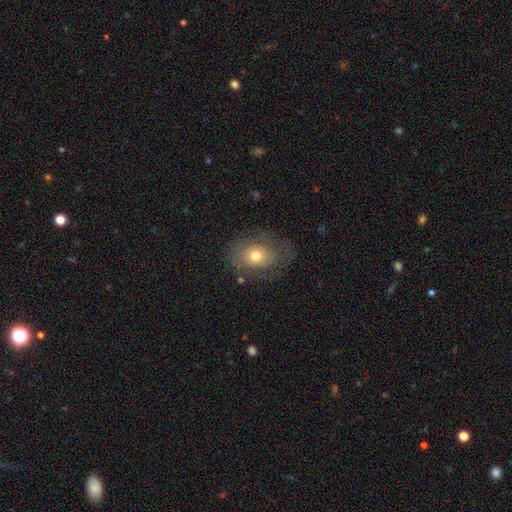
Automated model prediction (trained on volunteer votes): smooth_or_featured: smooth (p=0.56) [alt: featured or disk p=0.35]
how_rounded: round (p=0.50) [alt: in between p=0.49]
merging: none (p=0.62) [alt: minor disturbance p=0.21]